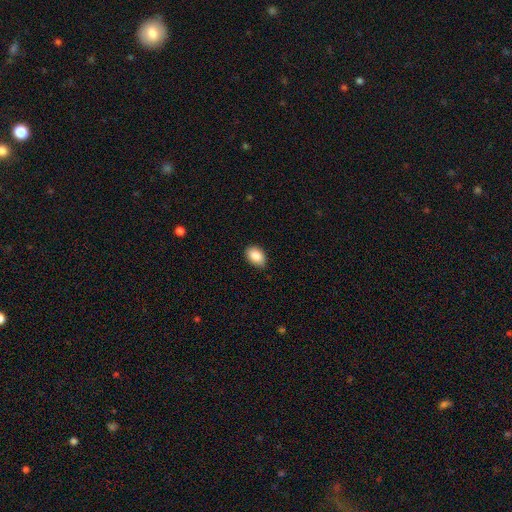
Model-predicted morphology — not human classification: Overall: smooth (87%). How rounded: in between (84%). Merging: none (81%).